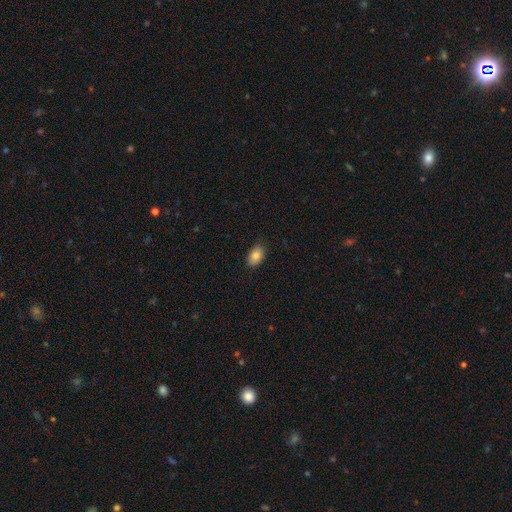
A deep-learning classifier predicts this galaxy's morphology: Smooth or featured? smooth (84%)
How rounded? in between (90%)
Merging? none (86%)